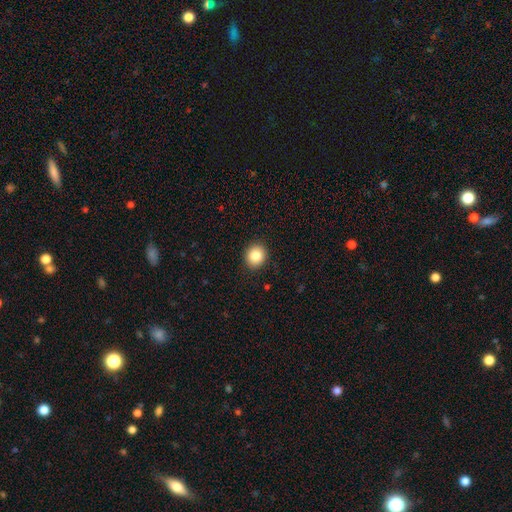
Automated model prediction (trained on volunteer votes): Morphology: type=smooth (84%); roundness=round (80%); merging=none (92%).